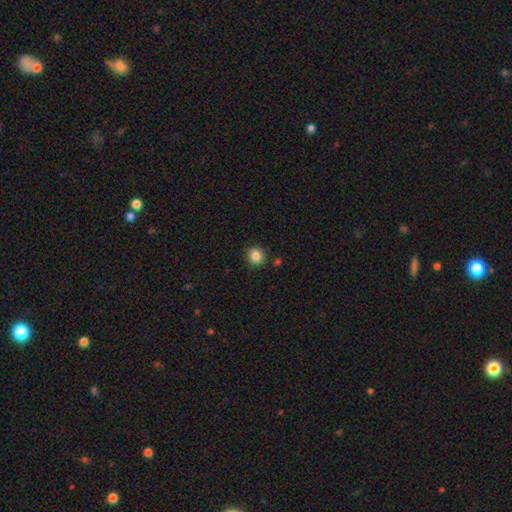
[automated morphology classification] This is clearly a smooth galaxy (86%). How rounded: clearly round (89%). Merging: clearly none (89%).